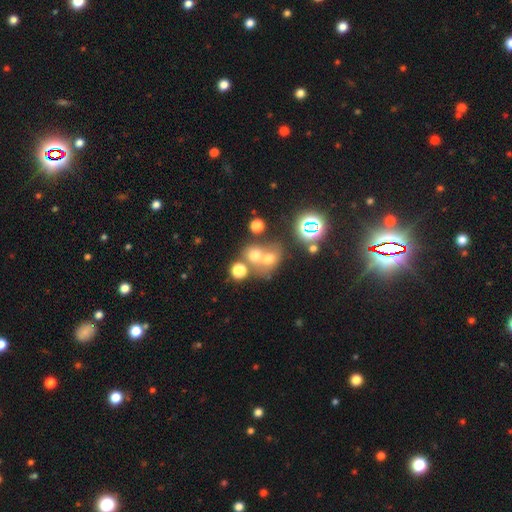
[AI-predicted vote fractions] Smooth or featured? Predicted: smooth (p=0.62). How rounded? Predicted: round (p=0.73). Merging? Predicted: merger (p=0.48).